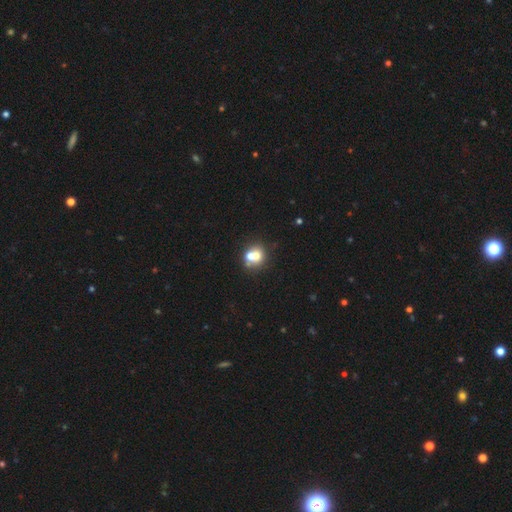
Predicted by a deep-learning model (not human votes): A smooth galaxy with no disk features (64%) that is round (79%).

Vote fractions:
- Smooth or featured? smooth: 64% / featured or disk: 23% / star or artifact: 13%
- How rounded? round: 79% / in between: 20% / cigar-shaped: 1%
- Merging? merger: 48% / none: 41% / minor disturbance: 7% / major disturbance: 4%